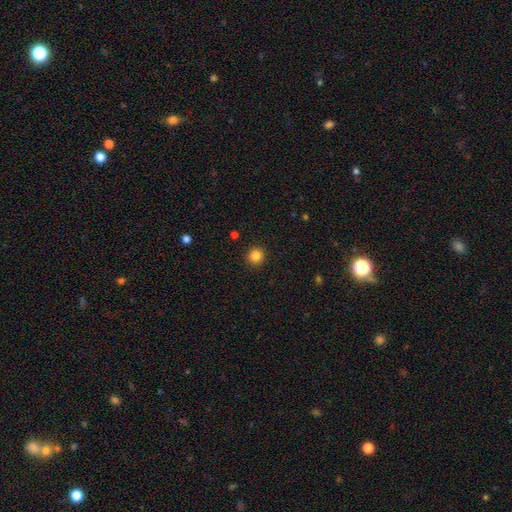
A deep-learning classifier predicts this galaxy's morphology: Overall: smooth (84%). How rounded: round (94%). Merging: none (93%).